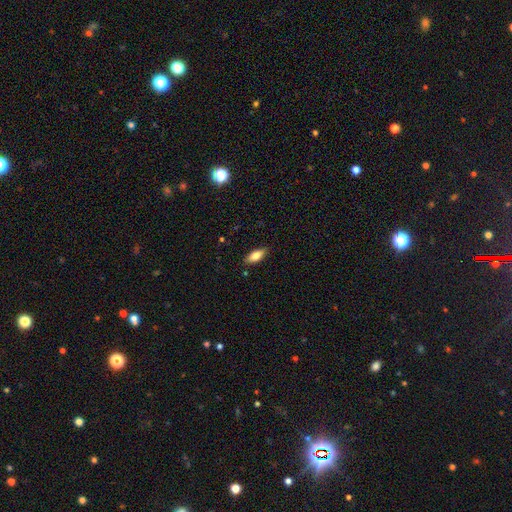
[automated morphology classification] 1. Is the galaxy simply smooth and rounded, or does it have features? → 78% smooth, 15% featured or disk, 7% star or artifact.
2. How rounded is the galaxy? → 80% in between, 18% cigar-shaped, 2% round.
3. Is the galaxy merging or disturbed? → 86% none, 11% minor disturbance, 2% major disturbance, 1% merger.